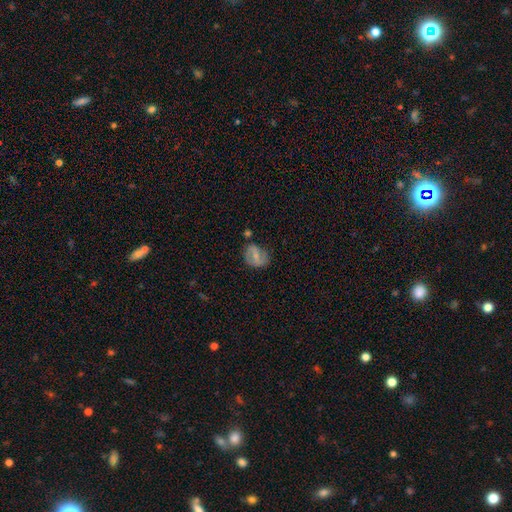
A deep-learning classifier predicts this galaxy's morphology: Smooth or featured: featured or disk — 54% (smooth — 37%)
Edge-on disk: no — 96% (yes — 4%)
Bar: weak — 45% (strong — 34%)
Spiral arms: yes — 71% (no — 29%)
Bulge size: small — 51% (moderate — 38%)
Merging: none — 62% (minor disturbance — 23%)